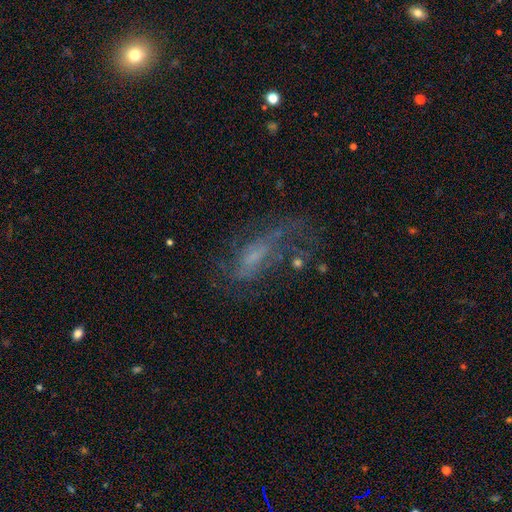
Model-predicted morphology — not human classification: Smooth or featured: featured or disk — 56% (smooth — 27%)
Edge-on disk: no — 87% (yes — 13%)
Merging: none — 45% (major disturbance — 31%)